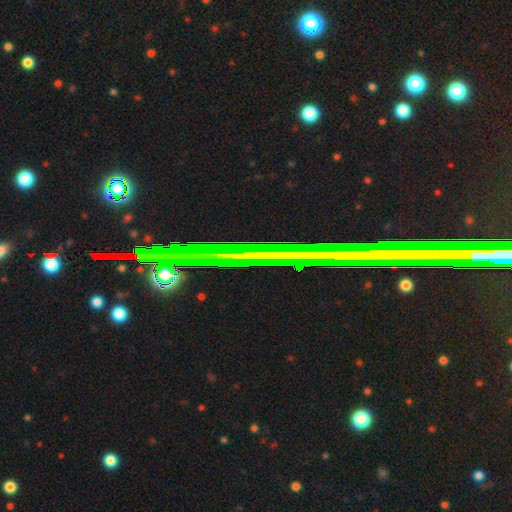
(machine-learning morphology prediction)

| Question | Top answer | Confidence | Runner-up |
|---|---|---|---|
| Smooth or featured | star or artifact | 61% | featured or disk (26%) |